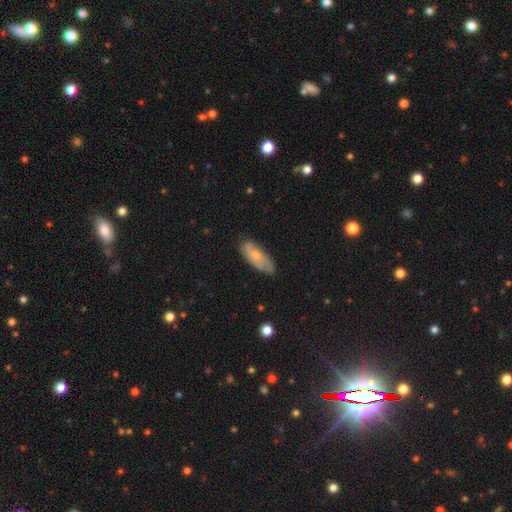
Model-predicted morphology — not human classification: Smooth or featured? Predicted: smooth (p=0.62). How rounded? Predicted: in between (p=0.75). Merging? Predicted: none (p=0.71).